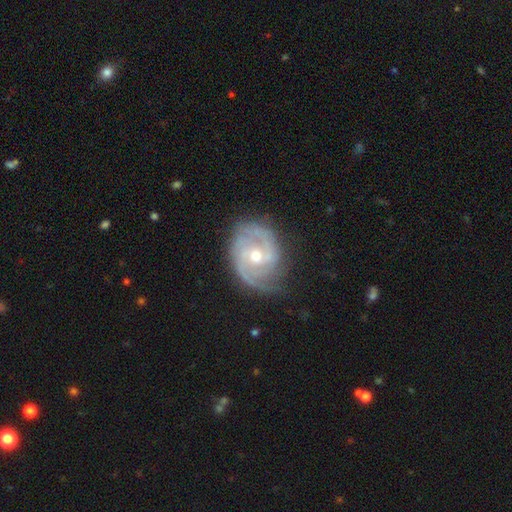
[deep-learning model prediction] smooth-or-featured: featured or disk: 88% | smooth: 7% | star or artifact: 5%
  disk-edge-on: no: 97% | yes: 3%
    bar: no: 51% | weak: 40% | strong: 9%
    has-spiral-arms: yes: 96% | no: 4%
      spiral-winding: tight: 52% | medium: 39% | loose: 10%
      spiral-arm-count: 2: 55% | 3: 18% | can't tell: 15% | 1: 5% | 4: 4% | more than 4: 3%
    bulge-size: moderate: 64% | small: 32% | large: 2% | none: 1% | dominant: 1%
  merging: none: 71% | minor disturbance: 21% | major disturbance: 7% | merger: 1%